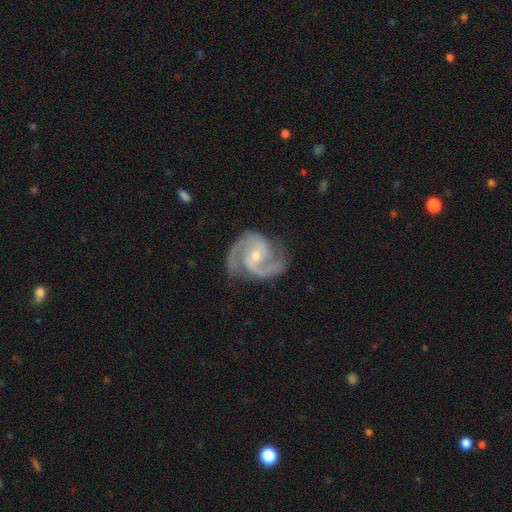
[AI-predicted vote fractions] Q: Smooth or featured?
A: featured or disk (93%); runner-up: star or artifact (4%)
Q: Edge-on disk?
A: no (98%); runner-up: yes (2%)
Q: Bar?
A: no (51%); runner-up: weak (36%)
Q: Spiral arms?
A: yes (98%); runner-up: no (2%)
Q: Spiral winding?
A: medium (58%); runner-up: tight (31%)
Q: Spiral arm count?
A: 2 (86%); runner-up: 3 (7%)
Q: Bulge size?
A: small (61%); runner-up: moderate (36%)
Q: Merging?
A: none (74%); runner-up: minor disturbance (18%)